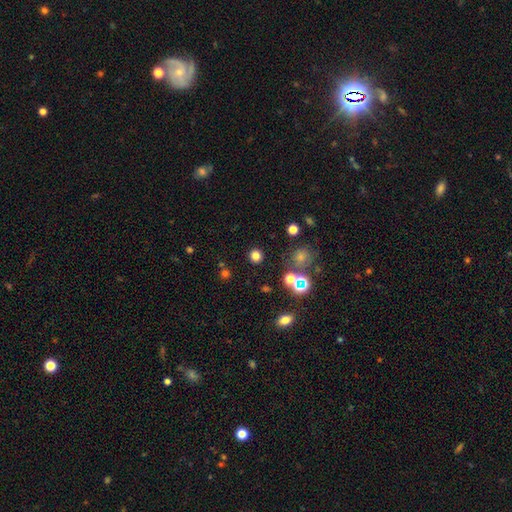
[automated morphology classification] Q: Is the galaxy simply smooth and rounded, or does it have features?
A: smooth — 75%.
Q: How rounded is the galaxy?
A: round — 90%.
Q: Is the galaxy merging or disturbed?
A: none — 88%.